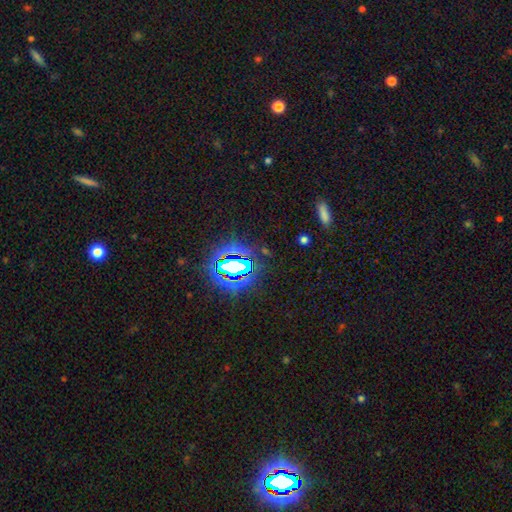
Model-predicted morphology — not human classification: The model was most divided on "smooth or featured": star or artifact: 78%, smooth: 14%, featured or disk: 9%.